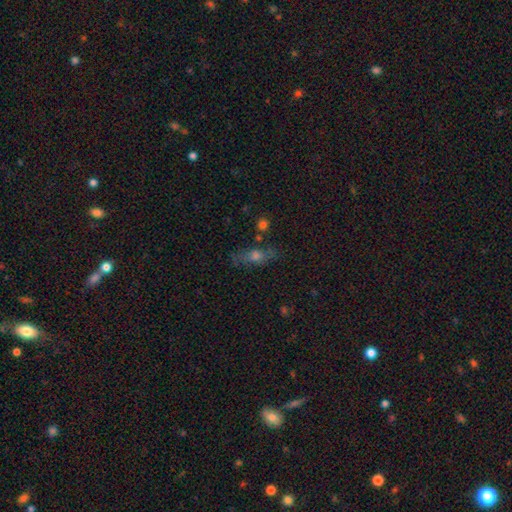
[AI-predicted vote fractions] Morphology: type=smooth (45%); merging=none (74%).